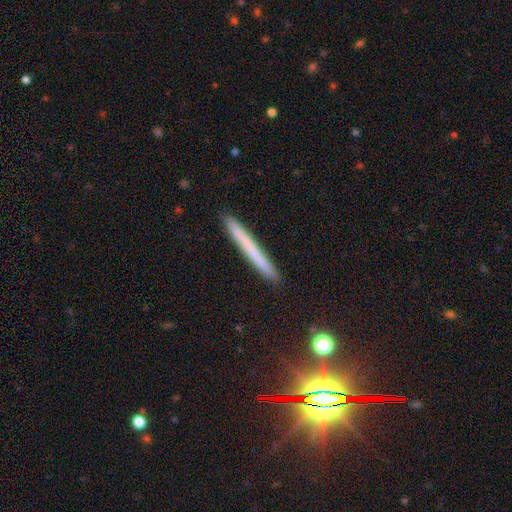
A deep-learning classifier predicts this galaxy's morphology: Smooth or featured: smooth — 66% (featured or disk — 27%)
How rounded: cigar-shaped — 97% (in between — 2%)
Merging: none — 91% (minor disturbance — 6%)